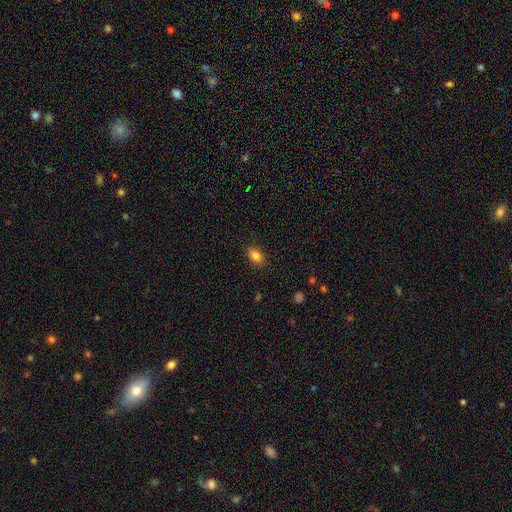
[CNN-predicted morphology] Smooth or featured? smooth (83%)
How rounded? in between (82%)
Merging? none (87%)